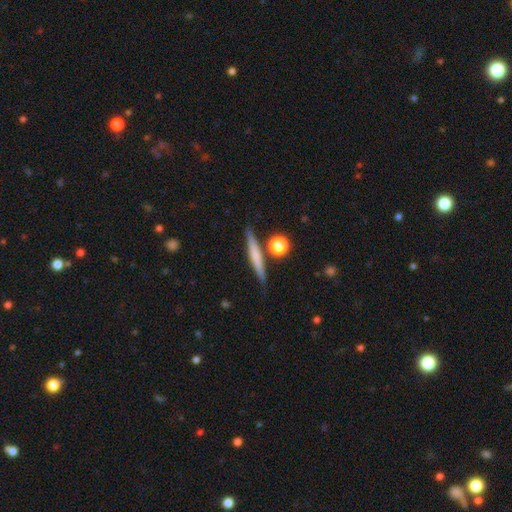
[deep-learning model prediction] This is possibly a smooth galaxy (51%). How rounded: clearly cigar-shaped (91%). Merging: clearly none (84%).